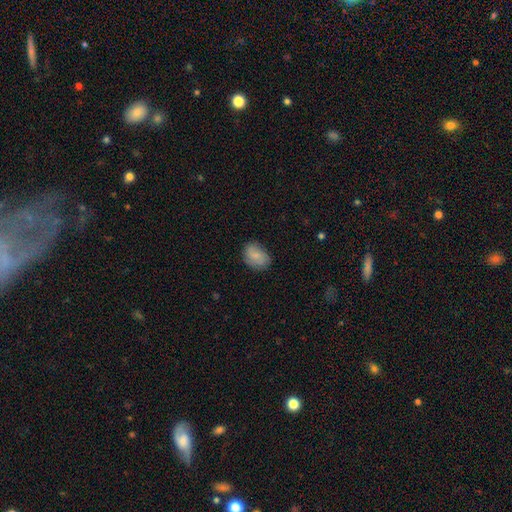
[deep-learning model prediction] smooth_or_featured: smooth (p=0.76) [alt: featured or disk p=0.17]
how_rounded: in between (p=0.73) [alt: round p=0.26]
merging: none (p=0.74) [alt: minor disturbance p=0.20]